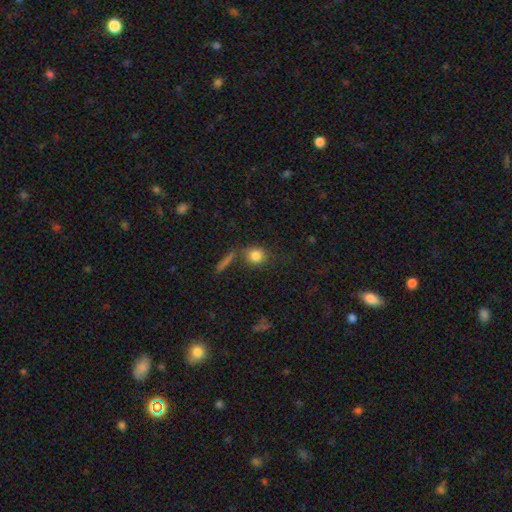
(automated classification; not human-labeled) Overall: smooth (81%). How rounded: round (79%). Merging: none (70%).